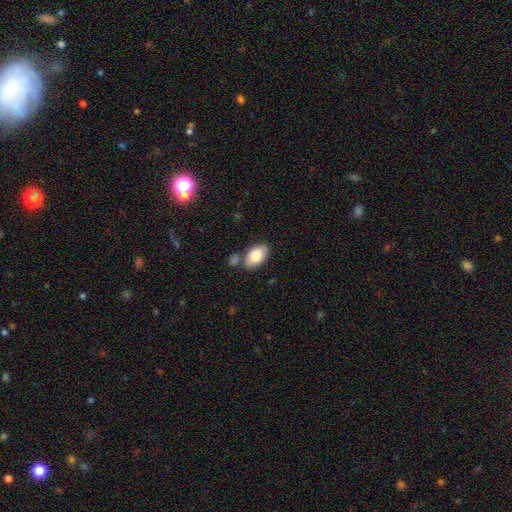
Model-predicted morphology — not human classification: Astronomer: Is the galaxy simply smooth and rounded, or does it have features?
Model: smooth — 83%.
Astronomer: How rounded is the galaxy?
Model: in between — 94%.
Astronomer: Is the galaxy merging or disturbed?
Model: none — 68%.